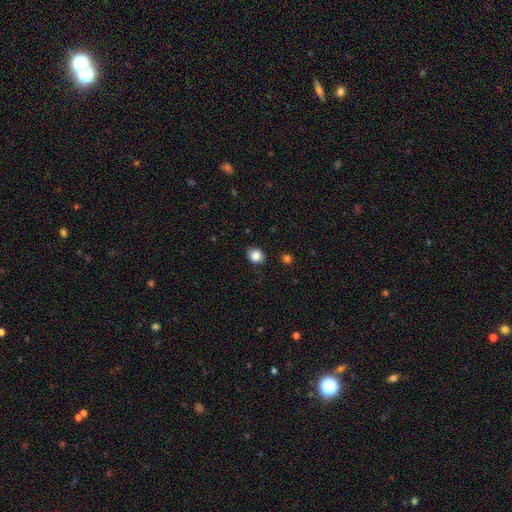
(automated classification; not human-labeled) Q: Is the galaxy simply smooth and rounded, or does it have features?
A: smooth — 85%.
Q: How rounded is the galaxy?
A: round — 68%.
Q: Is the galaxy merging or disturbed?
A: none — 81%.